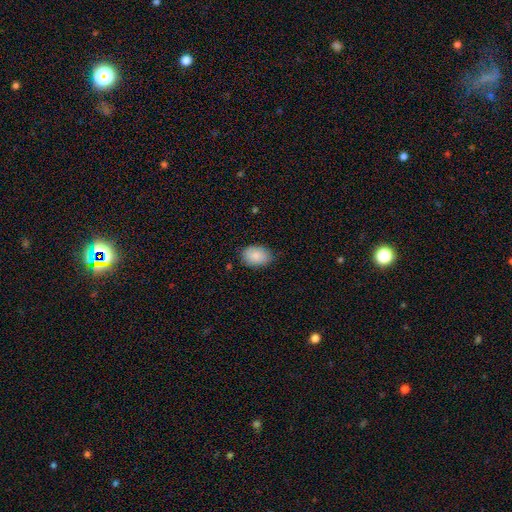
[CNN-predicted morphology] type=smooth (87%); roundness=in between (83%); merging=none (78%).